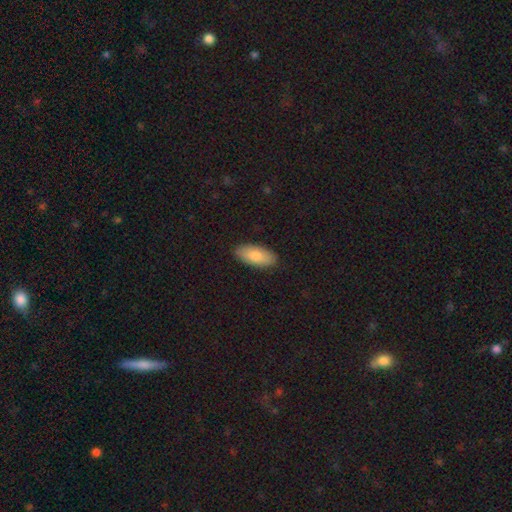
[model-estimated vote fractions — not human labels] This appears to be a smooth galaxy with no disk features (85%) that is in between round and cigar-shaped (90%). Merging: none (88%).